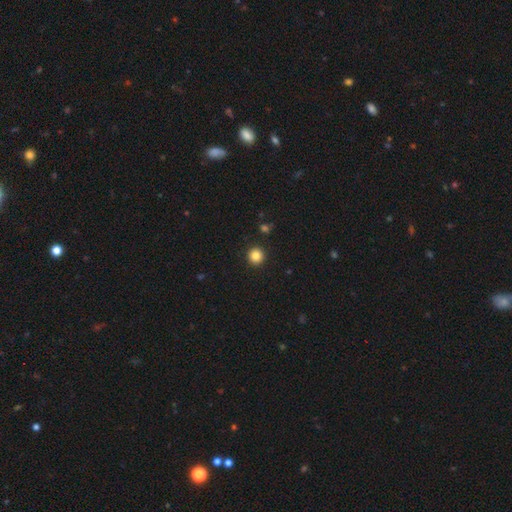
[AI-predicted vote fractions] This appears to be a smooth galaxy with no disk features (84%) that is round (95%). Merging: none (93%).